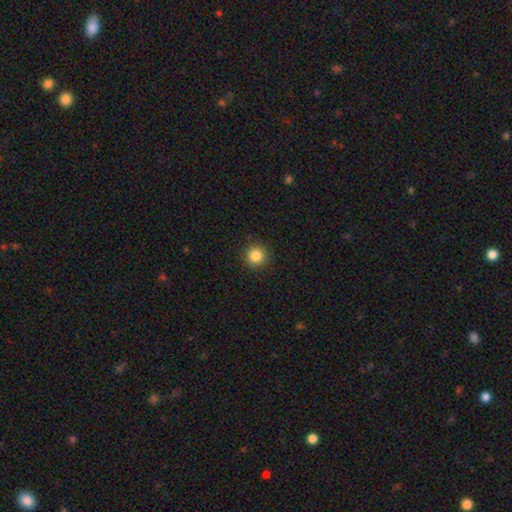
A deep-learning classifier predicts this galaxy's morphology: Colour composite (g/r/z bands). It shows a smooth galaxy with no disk features (85%) that is round (95%). Merging: none (92%).